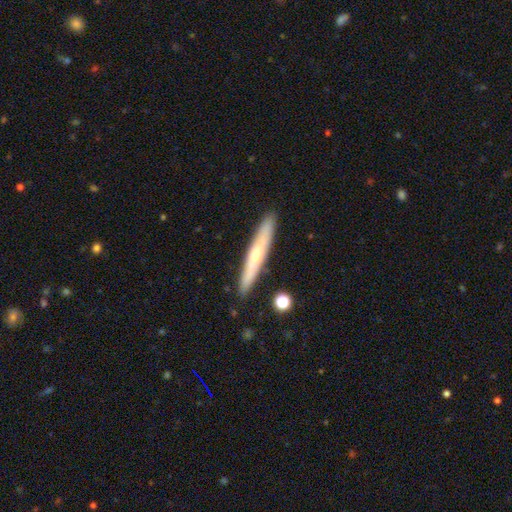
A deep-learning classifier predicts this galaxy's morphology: type=smooth (49%); merging=none (89%).